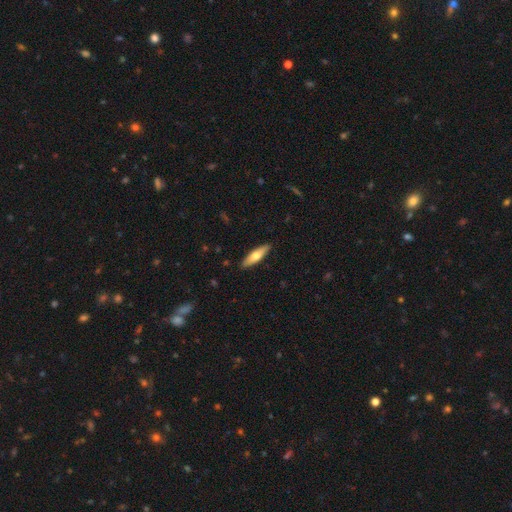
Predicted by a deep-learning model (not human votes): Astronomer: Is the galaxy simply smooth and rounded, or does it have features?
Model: smooth — 60% (runner-up: featured or disk, 35%).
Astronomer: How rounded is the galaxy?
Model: cigar-shaped — 64%.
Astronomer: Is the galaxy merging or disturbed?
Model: none — 90%.